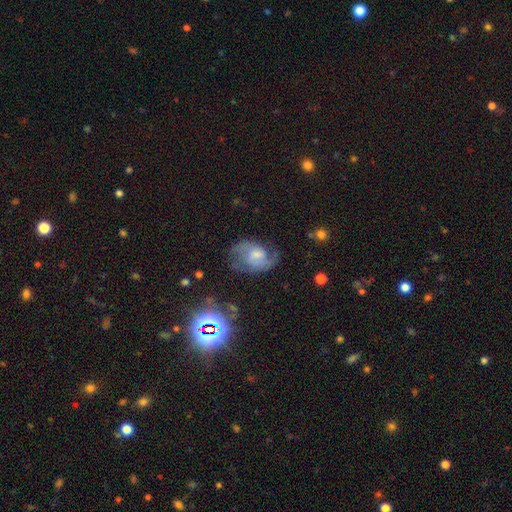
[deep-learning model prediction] A featured or disk galaxy (76%) with a weak bar (46%, tied with no), 2 (76%) medium (50%) spiral arms (92%) and a moderate central bulge (42%). Merging: none (58%).